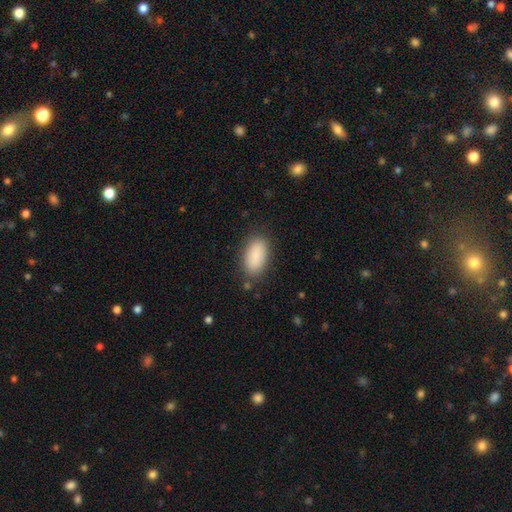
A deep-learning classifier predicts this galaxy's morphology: smooth-or-featured: smooth: 86% | featured or disk: 7% | star or artifact: 7%
  how-rounded: in between: 93% | cigar-shaped: 3% | round: 3%
  merging: none: 84% | minor disturbance: 11% | major disturbance: 3% | merger: 2%